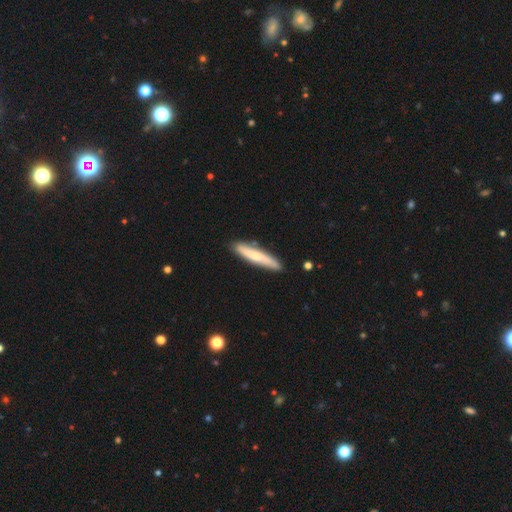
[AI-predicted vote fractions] smooth-or-featured: smooth: 61% | featured or disk: 34% | star or artifact: 5%
  how-rounded: cigar-shaped: 91% | in between: 8% | round: 1%
  merging: none: 85% | minor disturbance: 11% | merger: 2% | major disturbance: 2%